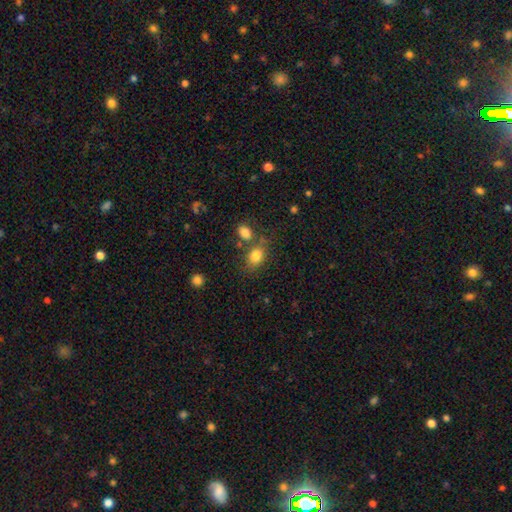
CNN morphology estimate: smooth 81%, star or artifact 10%, featured or disk 9%. Down the decision tree: how rounded — in between (71%); merging — none (59%).